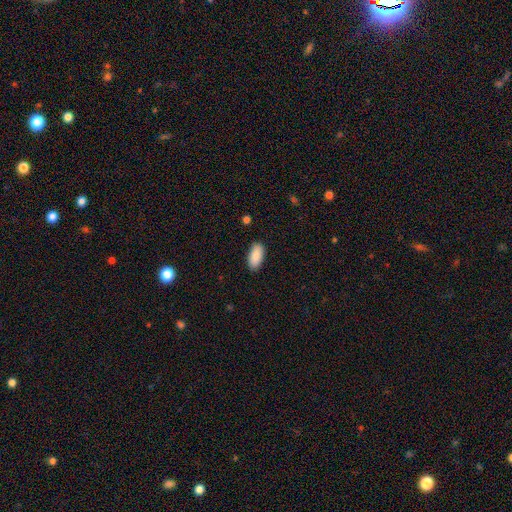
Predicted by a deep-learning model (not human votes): smooth-or-featured: smooth: 89% | star or artifact: 6% | featured or disk: 5%
  how-rounded: in between: 92% | cigar-shaped: 6% | round: 2%
  merging: none: 87% | minor disturbance: 10% | major disturbance: 2% | merger: 1%